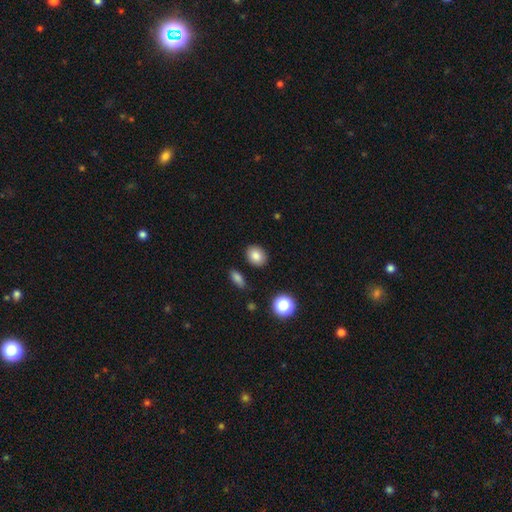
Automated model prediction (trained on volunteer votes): Q: Smooth or featured?
A: smooth (84%); runner-up: star or artifact (10%)
Q: How rounded?
A: in between (54%); runner-up: round (45%)
Q: Merging?
A: none (87%); runner-up: minor disturbance (8%)